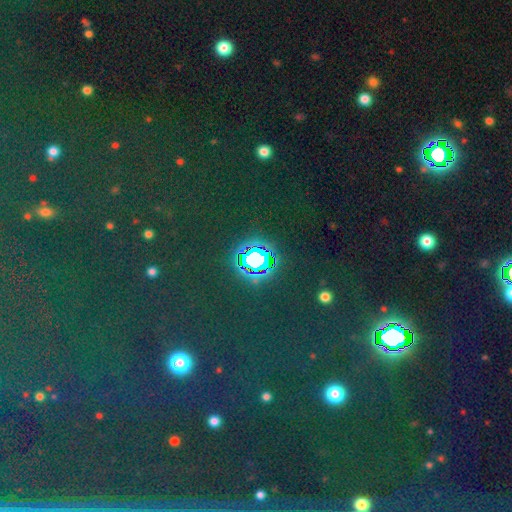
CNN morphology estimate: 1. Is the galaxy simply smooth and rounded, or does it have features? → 75% star or artifact, 17% smooth, 8% featured or disk.